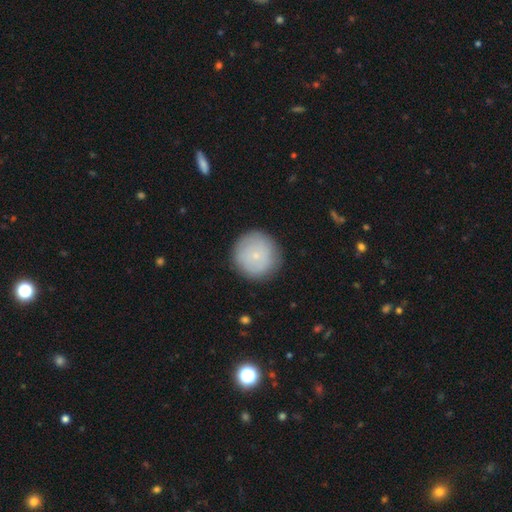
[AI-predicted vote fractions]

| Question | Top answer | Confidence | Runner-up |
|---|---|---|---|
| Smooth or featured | smooth | 72% | featured or disk (21%) |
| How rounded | round | 95% | in between (4%) |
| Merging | none | 86% | minor disturbance (10%) |